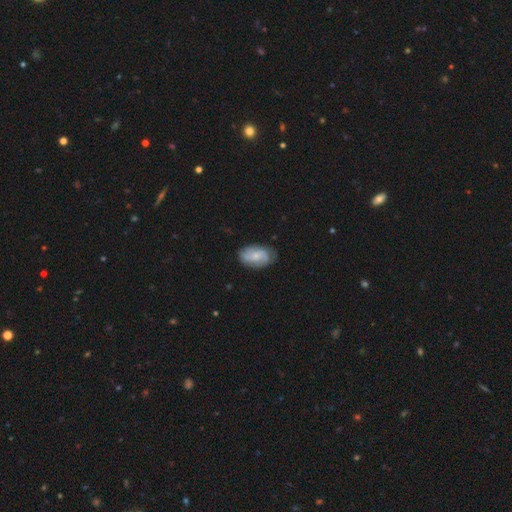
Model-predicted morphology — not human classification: Smooth or featured? featured or disk (54%)
Edge-on disk? no (96%)
Bar? no (58%)
Spiral arms? yes (87%)
Bulge size? small (55%)
Merging? none (74%)